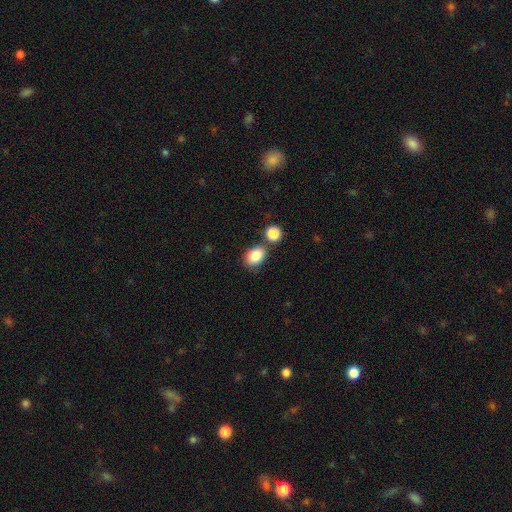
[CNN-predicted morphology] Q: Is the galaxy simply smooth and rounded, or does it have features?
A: smooth — 86%.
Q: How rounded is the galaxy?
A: in between — 79%.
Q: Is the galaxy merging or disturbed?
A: none — 67%.